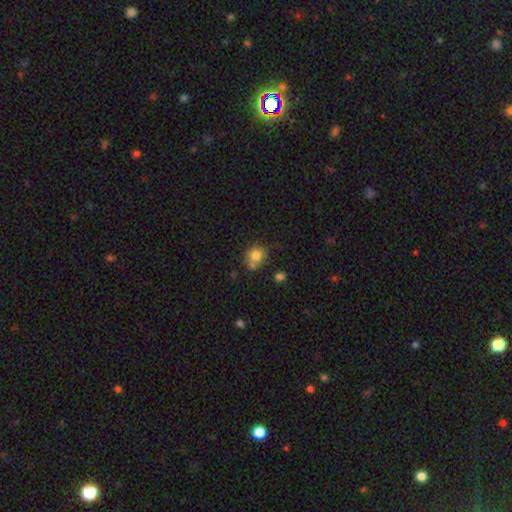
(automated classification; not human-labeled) Overall: smooth (79%). How rounded: round (81%). Merging: none (59%; merger 22%).